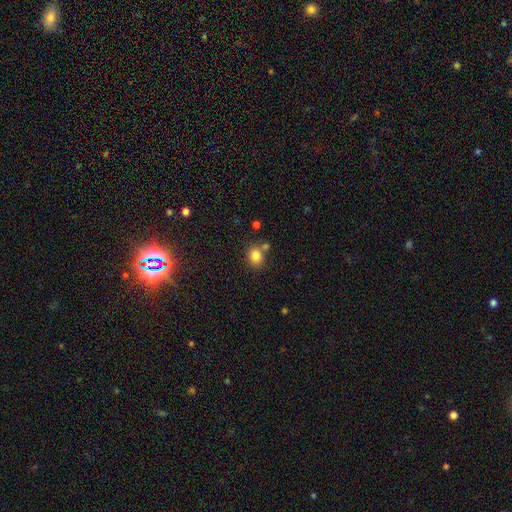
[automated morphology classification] The model was most divided on "how rounded": round: 63%, in between: 36%, cigar-shaped: 1%. More confident: smooth or featured — smooth (83%); merging — none (68%).